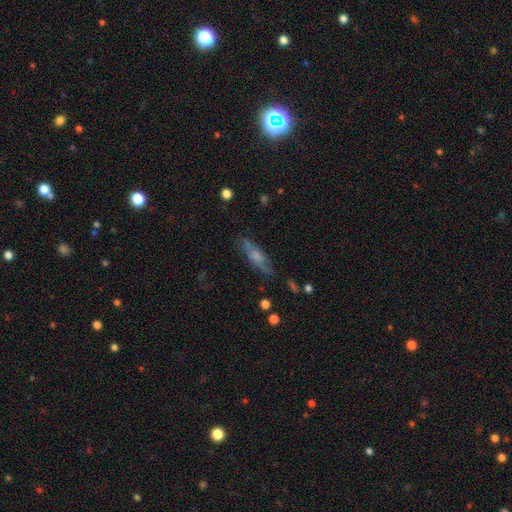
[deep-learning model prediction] Morphology: type=smooth (46%); merging=none (71%).